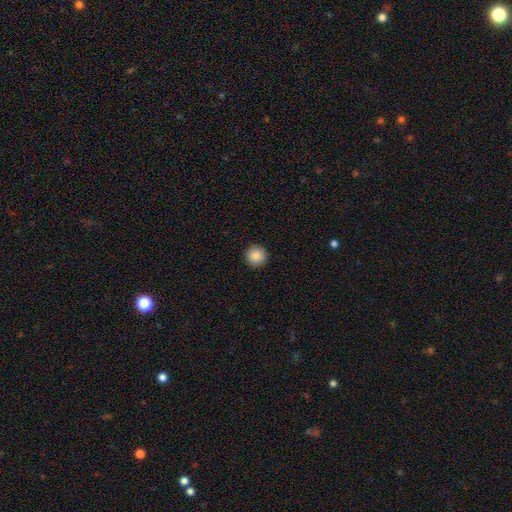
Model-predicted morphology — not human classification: A smooth galaxy with no disk features (88%) that is round (95%).

Vote fractions:
- Smooth or featured? smooth: 88% / star or artifact: 9% / featured or disk: 4%
- How rounded? round: 95% / in between: 4% / cigar-shaped: 1%
- Merging? none: 93% / minor disturbance: 4% / major disturbance: 1% / merger: 1%